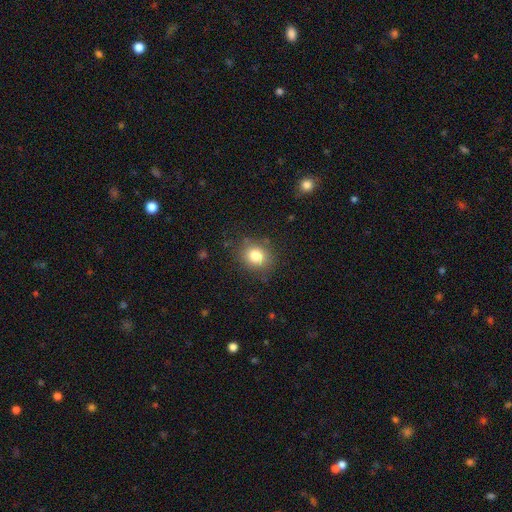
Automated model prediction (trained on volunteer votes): smooth 81%, star or artifact 11%, featured or disk 8%. Down the decision tree: how rounded — round (71%); merging — none (82%).